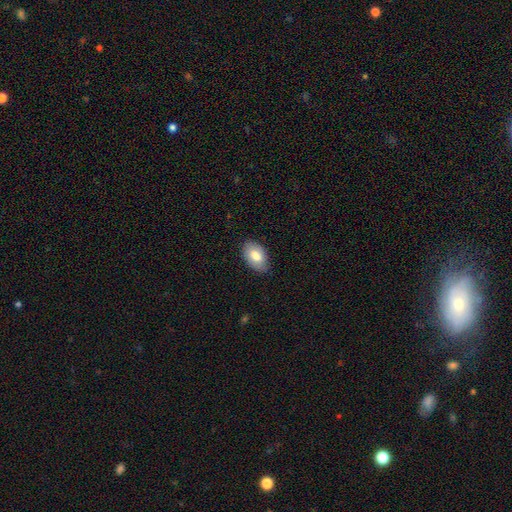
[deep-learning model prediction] Smooth or featured?
  - smooth: 77% *
  - featured or disk: 17%
  - star or artifact: 6%
How rounded?
  - in between: 93% *
  - round: 6%
  - cigar-shaped: 1%
Merging?
  - none: 82% *
  - minor disturbance: 14%
  - major disturbance: 3%
  - merger: 1%